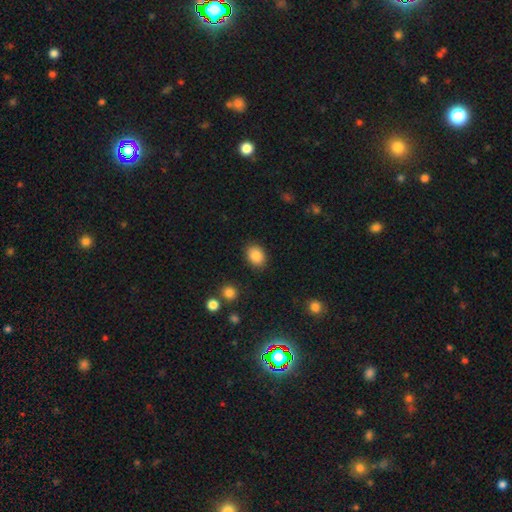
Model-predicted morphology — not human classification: smooth_or_featured: smooth (p=0.87) [alt: star or artifact p=0.09]
how_rounded: in between (p=0.62) [alt: round p=0.37]
merging: none (p=0.87) [alt: minor disturbance p=0.09]